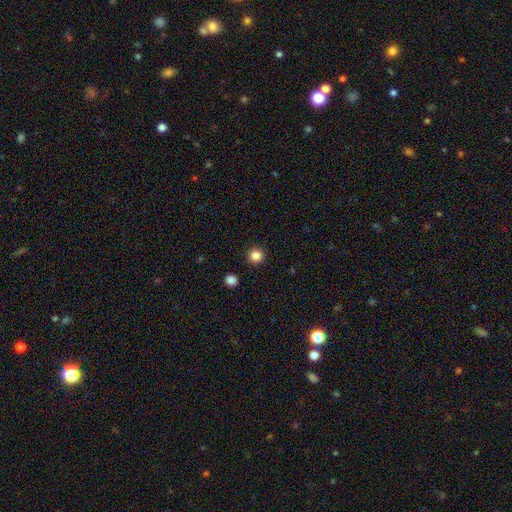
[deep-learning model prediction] smooth-or-featured: smooth: 85% | star or artifact: 12% | featured or disk: 4%
  how-rounded: round: 96% | in between: 3% | cigar-shaped: 1%
  merging: none: 93% | minor disturbance: 4% | major disturbance: 2% | merger: 1%